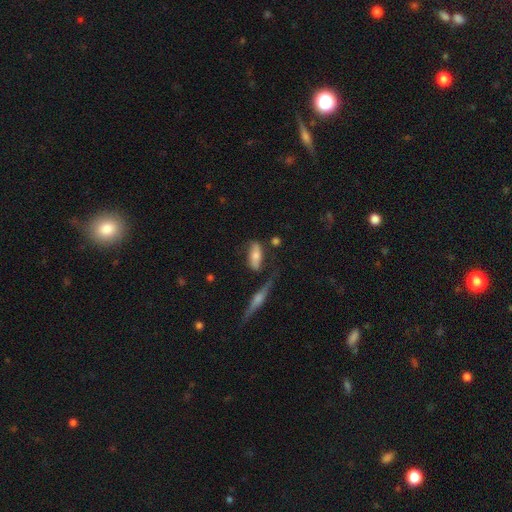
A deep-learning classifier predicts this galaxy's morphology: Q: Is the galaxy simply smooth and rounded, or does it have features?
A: smooth — 63%.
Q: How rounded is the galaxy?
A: in between — 74%.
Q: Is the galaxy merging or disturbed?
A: none — 60%.